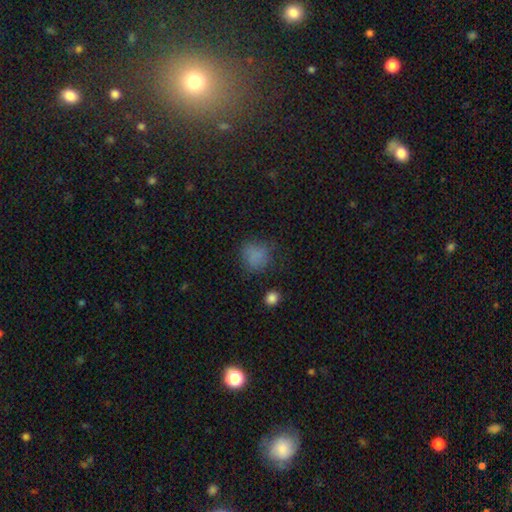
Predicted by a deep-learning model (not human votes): The model was most divided on "merging": none: 69%, minor disturbance: 19%, major disturbance: 9%, merger: 3%. More confident: how rounded — round (79%); smooth or featured — smooth (78%).